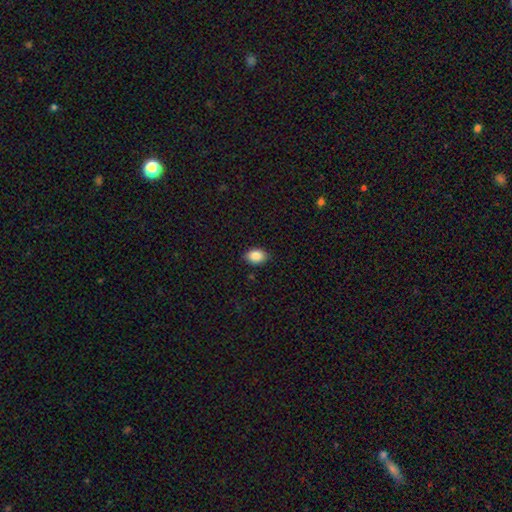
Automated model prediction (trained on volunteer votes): Smooth or featured?
  - smooth: 88% *
  - star or artifact: 8%
  - featured or disk: 4%
How rounded?
  - in between: 81% *
  - round: 18%
  - cigar-shaped: 1%
Merging?
  - none: 86% *
  - minor disturbance: 11%
  - major disturbance: 2%
  - merger: 1%